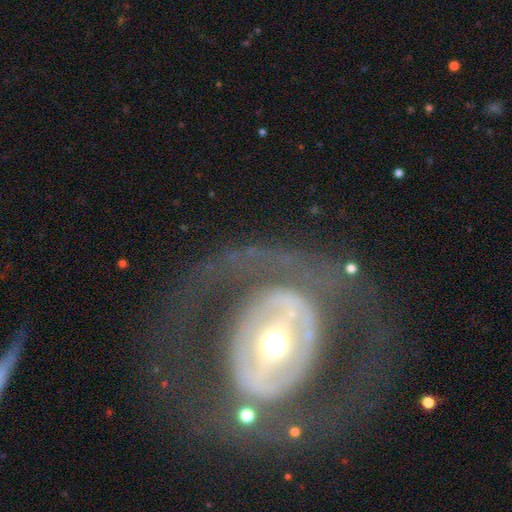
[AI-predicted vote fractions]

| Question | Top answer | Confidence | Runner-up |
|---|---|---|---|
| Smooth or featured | featured or disk | 77% | smooth (16%) |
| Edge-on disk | no | 93% | yes (7%) |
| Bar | strong | 39% | no (33%) |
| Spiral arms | no | 56% | yes (44%) |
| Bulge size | moderate | 66% | small (17%) |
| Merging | none | 67% | major disturbance (19%) |